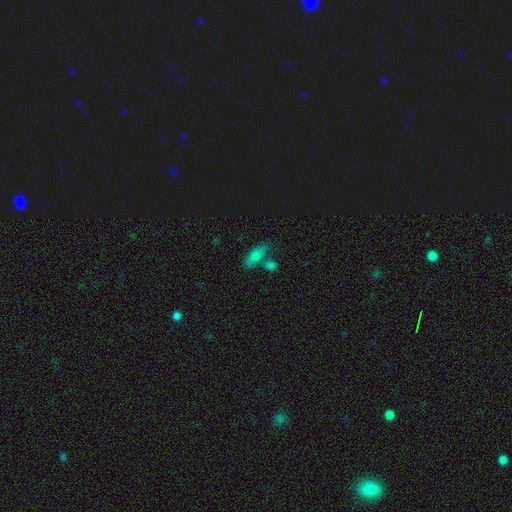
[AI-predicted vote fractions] Smooth or featured?
  - smooth: 75% *
  - featured or disk: 14%
  - star or artifact: 11%
How rounded?
  - in between: 71% *
  - cigar-shaped: 24%
  - round: 5%
Merging?
  - none: 54% *
  - merger: 23%
  - minor disturbance: 16%
  - major disturbance: 7%